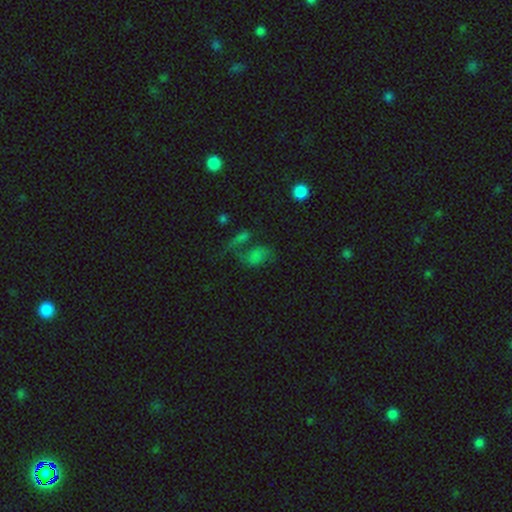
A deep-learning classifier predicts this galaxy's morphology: Overall: smooth (46%; featured or disk 31%). Merging: none (31%; merger 29%).